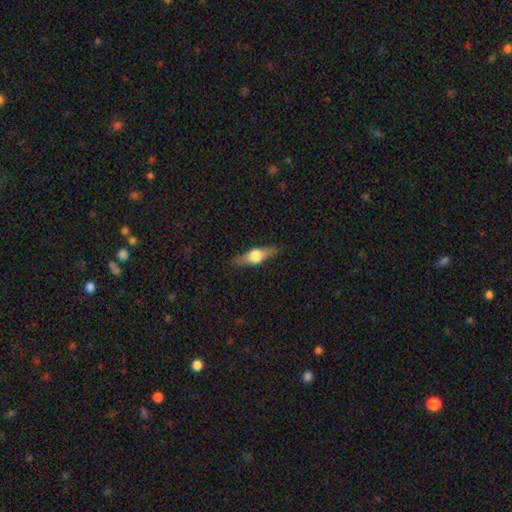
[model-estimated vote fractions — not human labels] Smooth or featured? Predicted: featured or disk (p=0.59). Edge-on disk? Predicted: yes (p=0.94). Edge-on bulge? Predicted: rounded (p=0.94). Merging? Predicted: none (p=0.85).